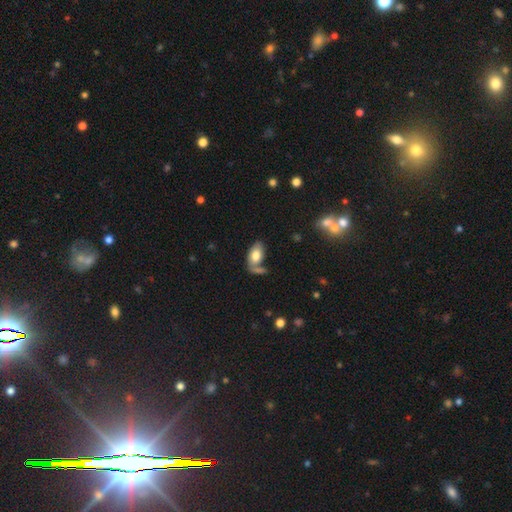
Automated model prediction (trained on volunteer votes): Q: Smooth or featured?
A: smooth (75%); runner-up: featured or disk (18%)
Q: How rounded?
A: in between (93%); runner-up: round (4%)
Q: Merging?
A: none (55%); runner-up: merger (24%)